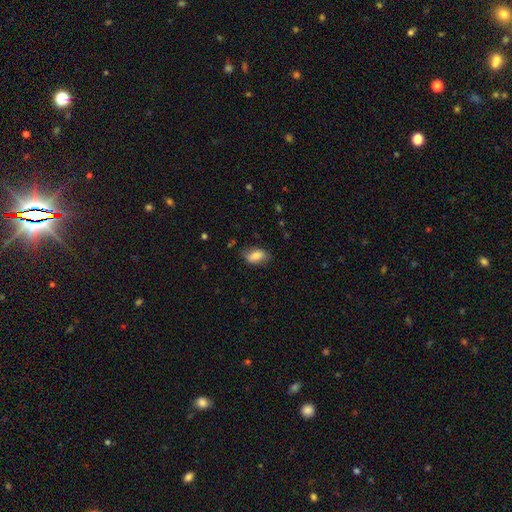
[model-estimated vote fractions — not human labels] Morphology: type=smooth (78%); roundness=in between (90%); merging=none (73%).